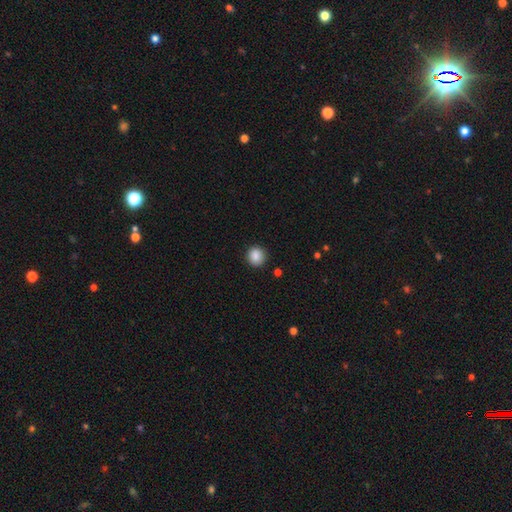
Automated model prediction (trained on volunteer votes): smooth 88%, star or artifact 9%, featured or disk 3%. Down the decision tree: how rounded — round (91%); merging — none (91%).